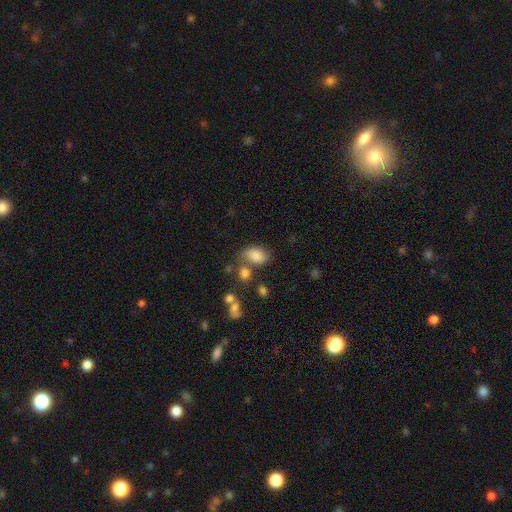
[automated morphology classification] Smooth or featured? Predicted: smooth (p=0.83). How rounded? Predicted: in between (p=0.84). Merging? Predicted: none (p=0.56).